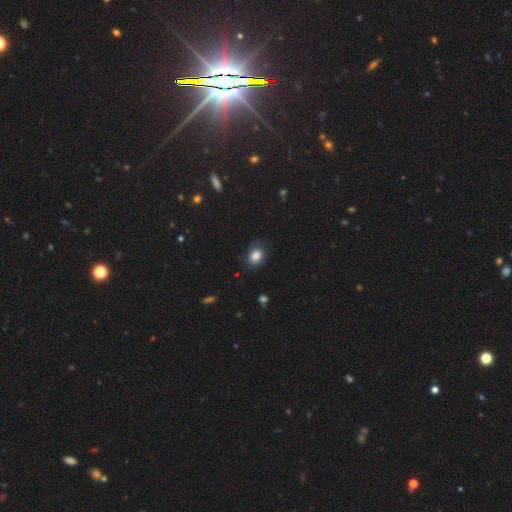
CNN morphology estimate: smooth_or_featured: smooth (p=0.80) [alt: featured or disk p=0.11]
how_rounded: in between (p=0.59) [alt: round p=0.40]
merging: none (p=0.73) [alt: minor disturbance p=0.19]